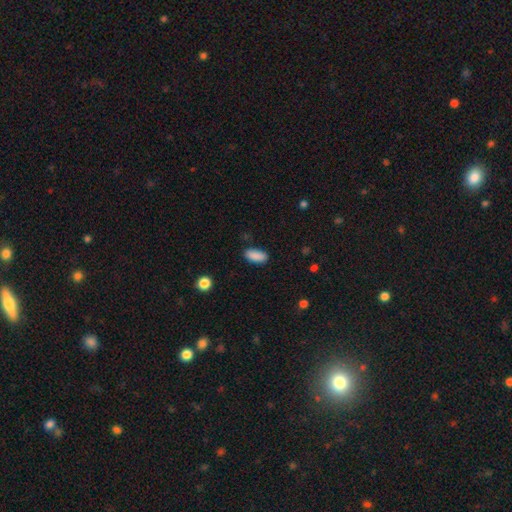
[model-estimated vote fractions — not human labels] The model was most divided on "merging": none: 85%, minor disturbance: 11%, major disturbance: 3%, merger: 1%. More confident: smooth or featured — smooth (89%); how rounded — in between (88%).